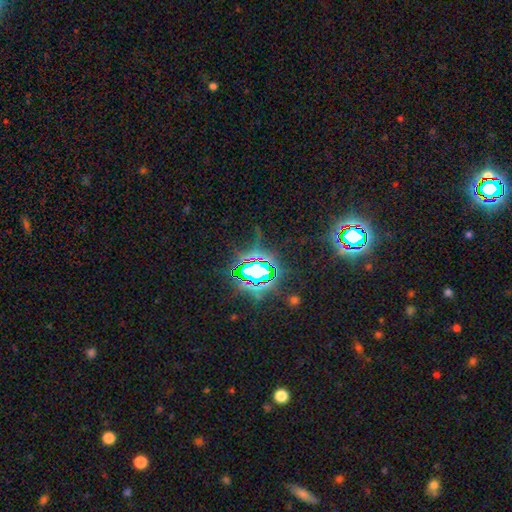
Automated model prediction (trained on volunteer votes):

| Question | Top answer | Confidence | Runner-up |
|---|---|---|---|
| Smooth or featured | star or artifact | 81% | smooth (10%) |